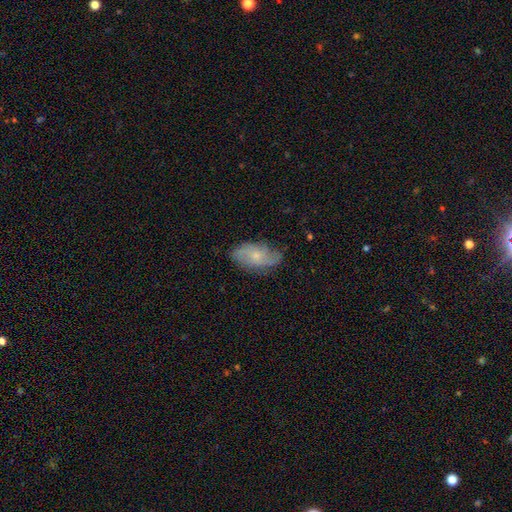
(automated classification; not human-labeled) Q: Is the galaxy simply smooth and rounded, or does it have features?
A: featured or disk — 60%.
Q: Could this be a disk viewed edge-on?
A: no — 94%.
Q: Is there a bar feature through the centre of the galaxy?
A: no — 75%.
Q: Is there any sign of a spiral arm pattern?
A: yes — 86%.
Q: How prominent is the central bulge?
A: small — 63%.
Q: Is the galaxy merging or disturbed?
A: none — 71%.